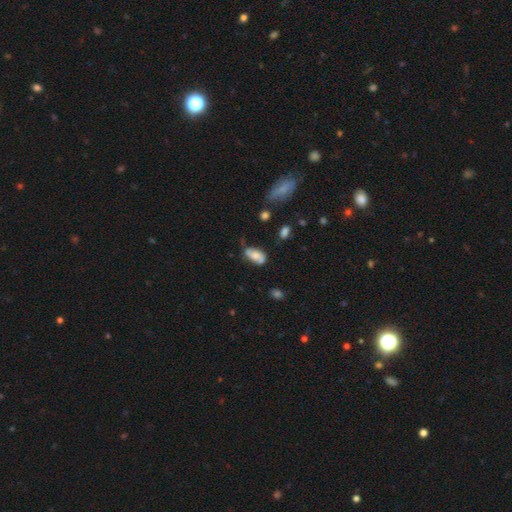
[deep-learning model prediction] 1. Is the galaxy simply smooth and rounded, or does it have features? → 61% smooth, 31% featured or disk, 9% star or artifact.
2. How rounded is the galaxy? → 89% in between, 6% cigar-shaped, 5% round.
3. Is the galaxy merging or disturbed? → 46% none, 32% minor disturbance, 12% major disturbance, 10% merger.